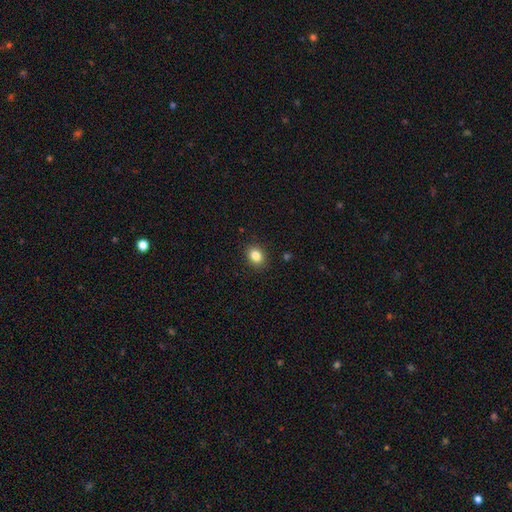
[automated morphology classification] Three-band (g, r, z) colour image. It shows a smooth galaxy with no disk features (84%) that is in between round and cigar-shaped (51%). Merging: none (89%).